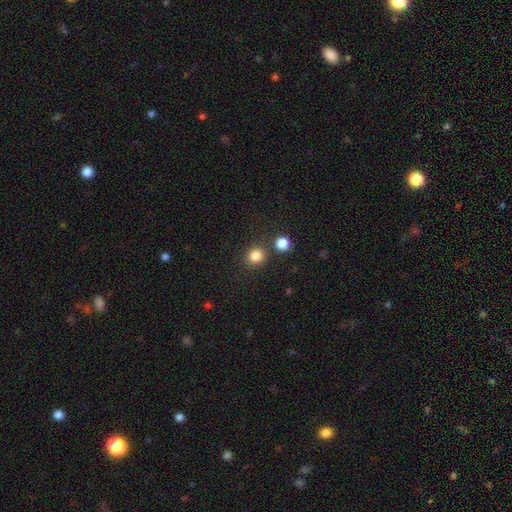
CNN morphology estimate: This is clearly a smooth galaxy (83%). How rounded: clearly round (82%). Merging: clearly none (81%).